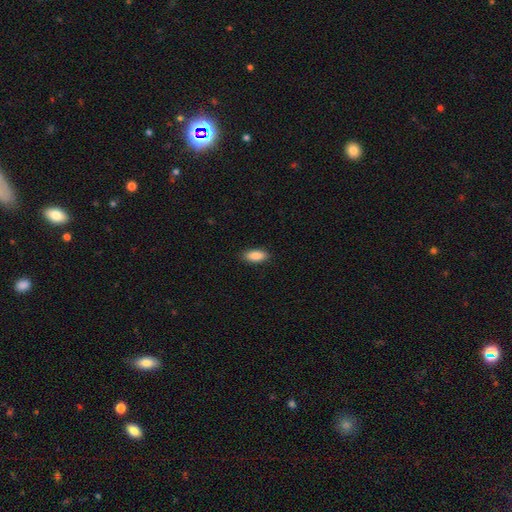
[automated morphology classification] This is clearly a smooth galaxy (89%). How rounded: clearly in between (87%). Merging: clearly none (89%).